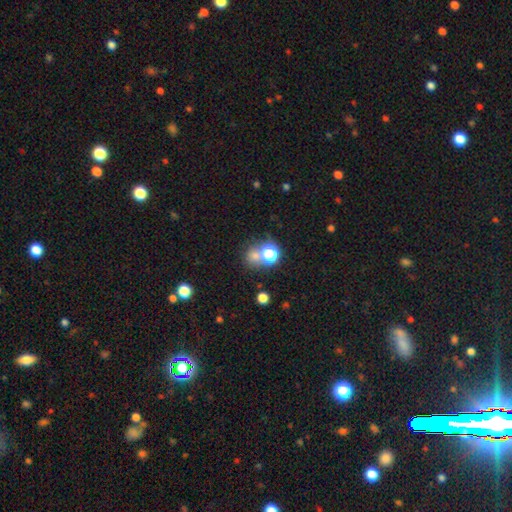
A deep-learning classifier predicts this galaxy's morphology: Q: Smooth or featured?
A: smooth (58%); runner-up: star or artifact (33%)
Q: How rounded?
A: round (81%); runner-up: in between (18%)
Q: Merging?
A: none (58%); runner-up: merger (28%)